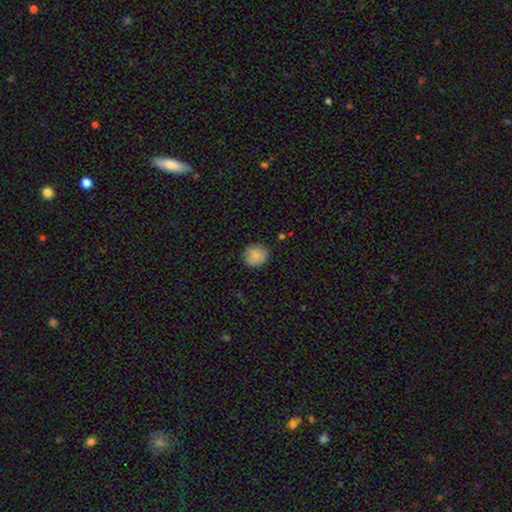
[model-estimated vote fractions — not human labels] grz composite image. It shows a smooth galaxy with no disk features (86%) that is round (86%). Merging: none (87%).